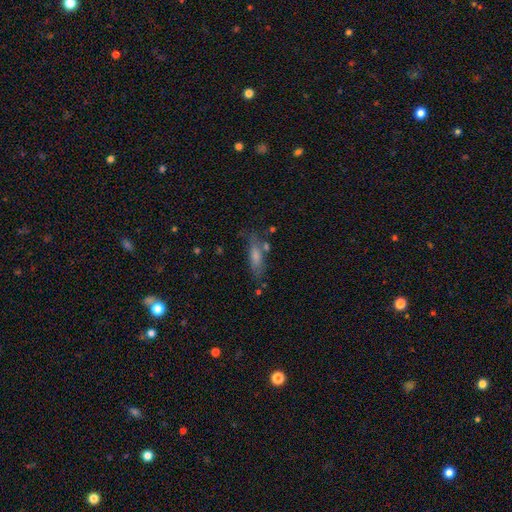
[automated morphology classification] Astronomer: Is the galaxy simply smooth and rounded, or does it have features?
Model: smooth — 54% (runner-up: featured or disk, 33%).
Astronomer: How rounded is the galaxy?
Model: cigar-shaped — 58% (runner-up: in between, 38%).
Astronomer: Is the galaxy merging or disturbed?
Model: none — 66%.